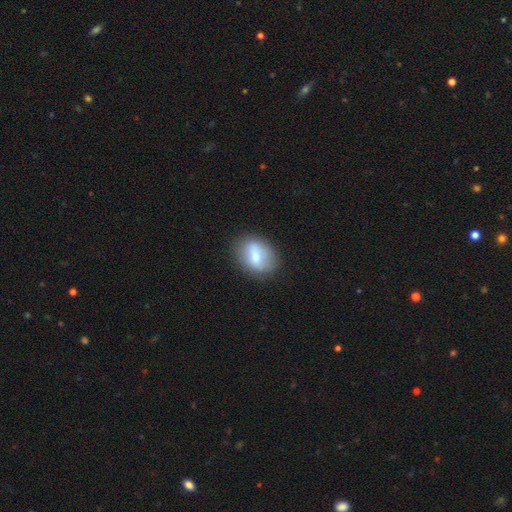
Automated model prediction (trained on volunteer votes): A smooth galaxy with no disk features (68%) that is in between round and cigar-shaped (70%). Merging: none (78%).